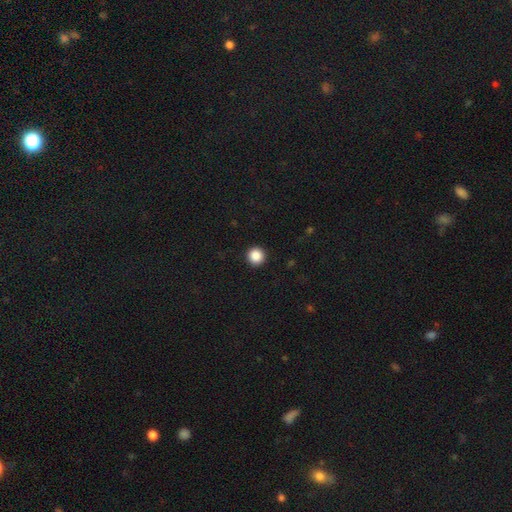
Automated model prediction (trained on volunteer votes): This appears to be a smooth galaxy with no disk features (88%) that is round (95%). Merging: none (93%).